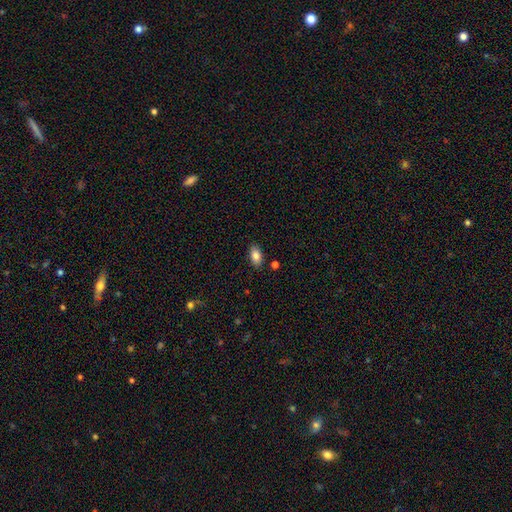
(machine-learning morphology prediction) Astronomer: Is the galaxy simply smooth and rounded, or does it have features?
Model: smooth — 85%.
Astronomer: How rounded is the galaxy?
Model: in between — 91%.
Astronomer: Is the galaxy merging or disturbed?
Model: none — 86%.